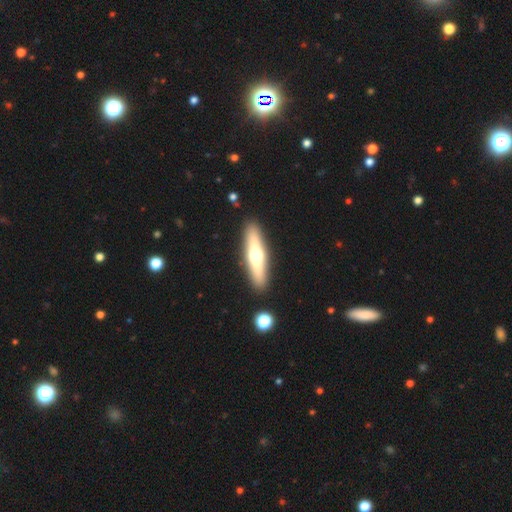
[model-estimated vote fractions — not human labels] featured or disk 53%, smooth 41%, star or artifact 6%. Down the decision tree: edge-on disk — yes (89%); merging — none (90%).